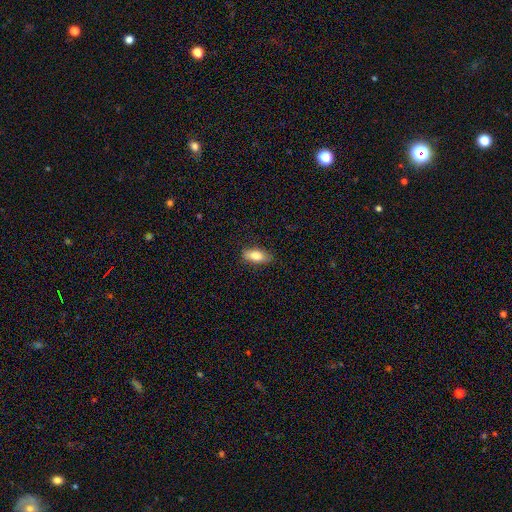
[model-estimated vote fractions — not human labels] This is clearly a smooth galaxy (83%). How rounded: clearly in between (83%). Merging: clearly none (82%).